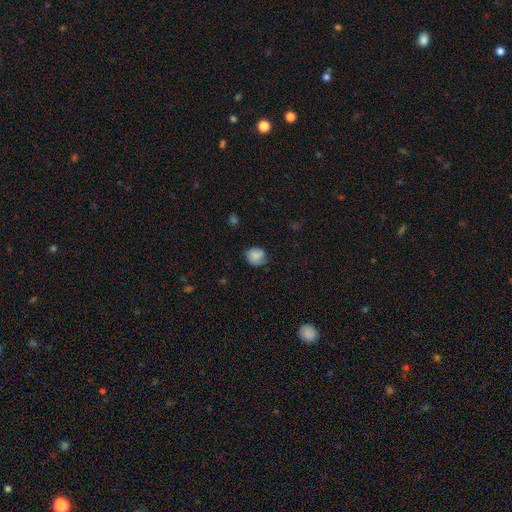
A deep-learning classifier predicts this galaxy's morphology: type=smooth (82%); roundness=round (80%); merging=none (70%).